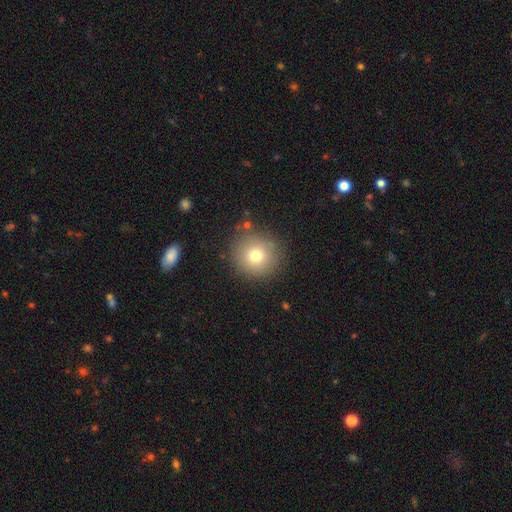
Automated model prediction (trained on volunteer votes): This is likely a smooth galaxy (74%). How rounded: clearly round (94%). Merging: clearly none (86%).